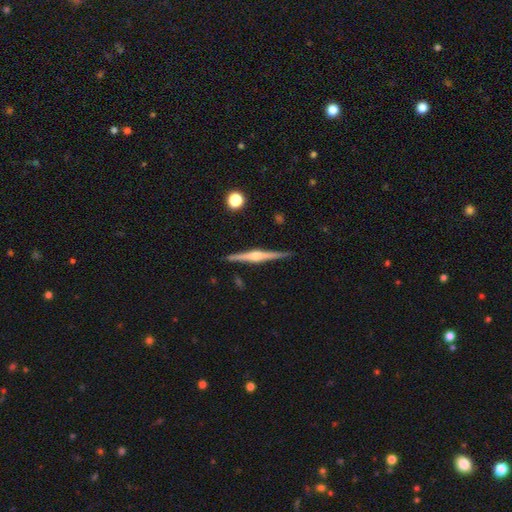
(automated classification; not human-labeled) Q: Smooth or featured?
A: featured or disk (85%); runner-up: smooth (10%)
Q: Edge-on disk?
A: yes (99%); runner-up: no (1%)
Q: Edge-on bulge?
A: rounded (84%); runner-up: boxy (11%)
Q: Merging?
A: none (92%); runner-up: minor disturbance (6%)